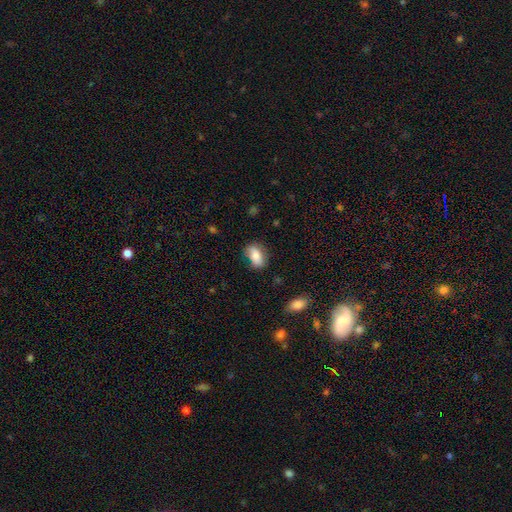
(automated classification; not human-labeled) The model was most divided on "merging": none: 70%, minor disturbance: 22%, major disturbance: 6%, merger: 2%. More confident: how rounded — in between (87%); smooth or featured — smooth (77%).